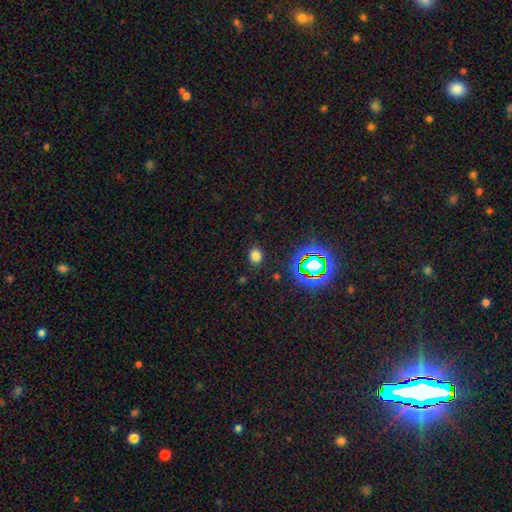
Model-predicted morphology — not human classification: smooth 73%, star or artifact 21%, featured or disk 6%. Down the decision tree: how rounded — round (53%); merging — none (85%).